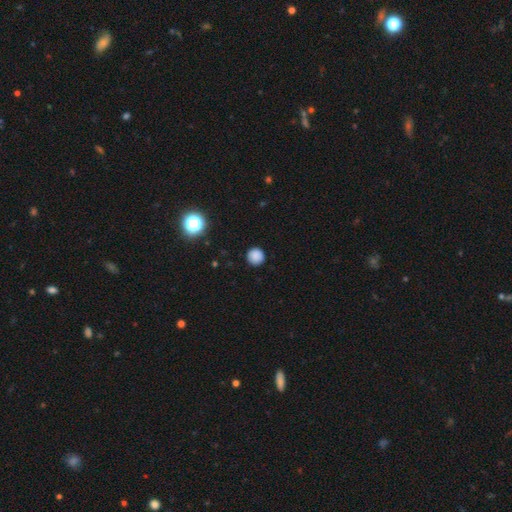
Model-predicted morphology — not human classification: A smooth galaxy with no disk features (85%) that is round (95%). Merging: none (91%).